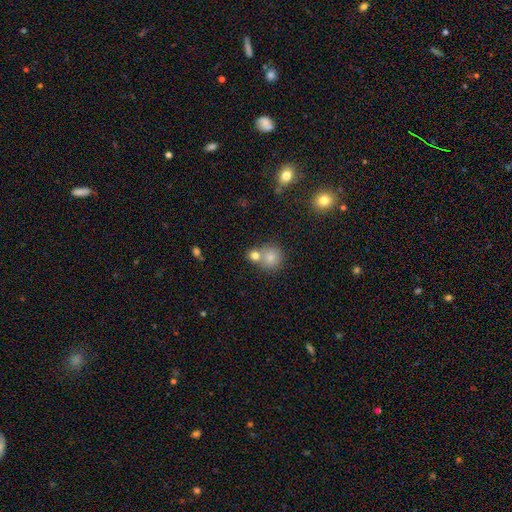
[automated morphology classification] smooth 79%, star or artifact 12%, featured or disk 9%. Down the decision tree: how rounded — round (84%); merging — none (47%).